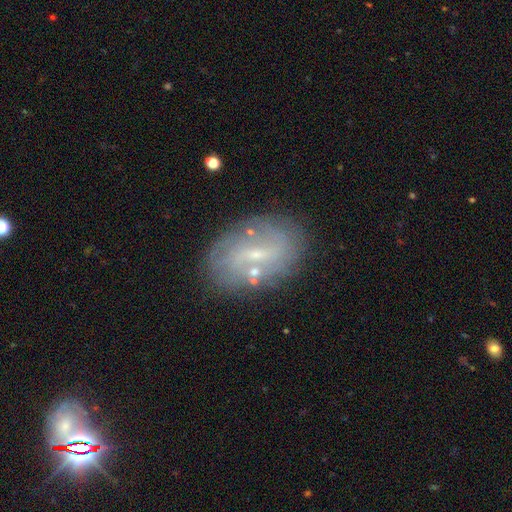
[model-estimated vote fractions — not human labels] A featured or disk galaxy (64%) with a weak bar (51%), spiral arms (59%) and a small central bulge (74%). Merging: none (73%).